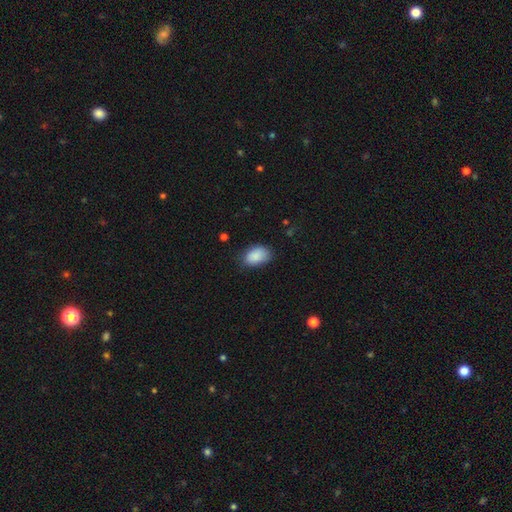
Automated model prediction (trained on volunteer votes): Smooth or featured: smooth — 88% (star or artifact — 7%)
How rounded: in between — 90% (round — 9%)
Merging: none — 70% (minor disturbance — 24%)